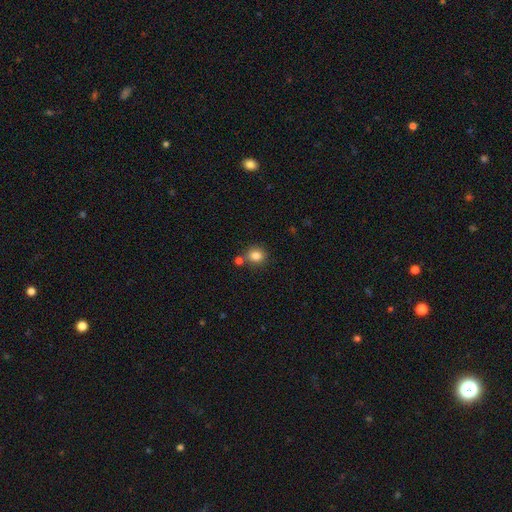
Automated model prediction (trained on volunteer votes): smooth 83%, star or artifact 11%, featured or disk 6%. Down the decision tree: how rounded — round (73%); merging — none (66%).